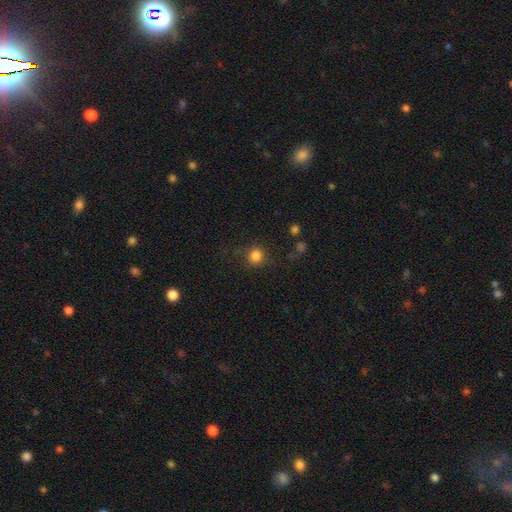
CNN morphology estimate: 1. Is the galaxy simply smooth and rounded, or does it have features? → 83% smooth, 13% star or artifact, 5% featured or disk.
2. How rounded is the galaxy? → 88% round, 11% in between, 1% cigar-shaped.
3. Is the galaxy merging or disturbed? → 82% none, 11% minor disturbance, 5% major disturbance, 2% merger.